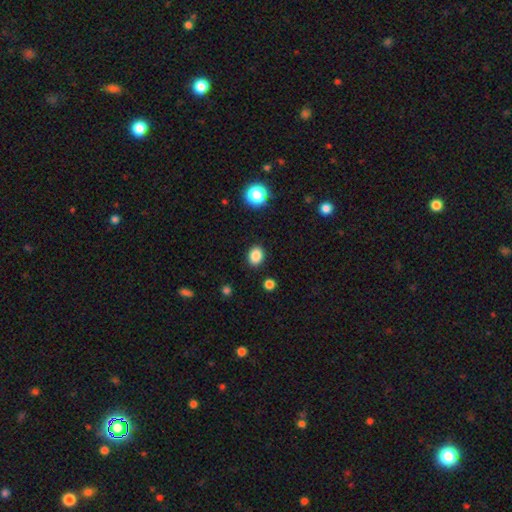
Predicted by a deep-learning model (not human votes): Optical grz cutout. It shows a smooth galaxy with no disk features (86%) that is in between round and cigar-shaped (52%). Merging: none (89%).